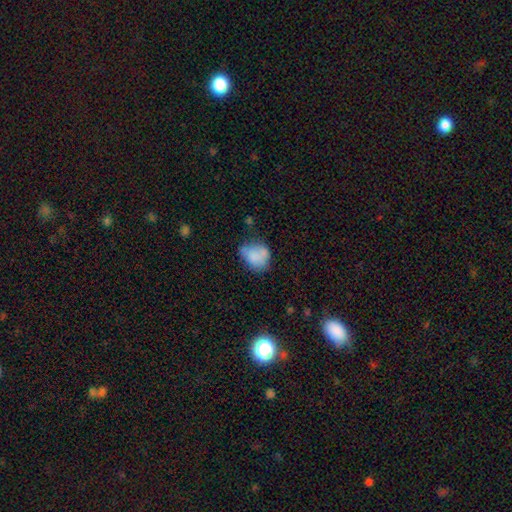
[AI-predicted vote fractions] The model was most divided on "merging": none: 41%, minor disturbance: 34%, major disturbance: 17%, merger: 8%. More confident: smooth or featured — smooth (73%); how rounded — round (53%).